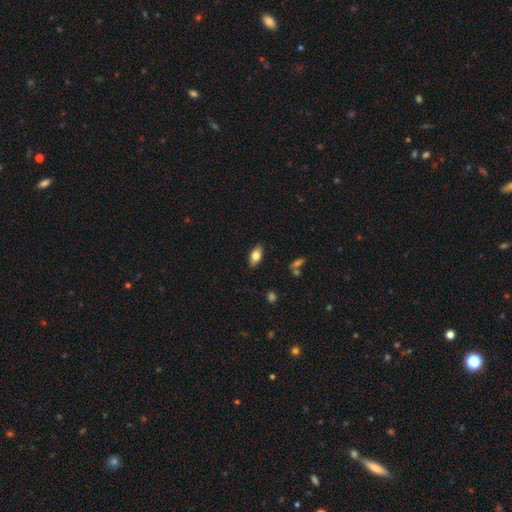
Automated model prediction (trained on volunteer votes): Q: Smooth or featured?
A: smooth (76%); runner-up: featured or disk (16%)
Q: How rounded?
A: in between (89%); runner-up: cigar-shaped (7%)
Q: Merging?
A: none (87%); runner-up: minor disturbance (10%)